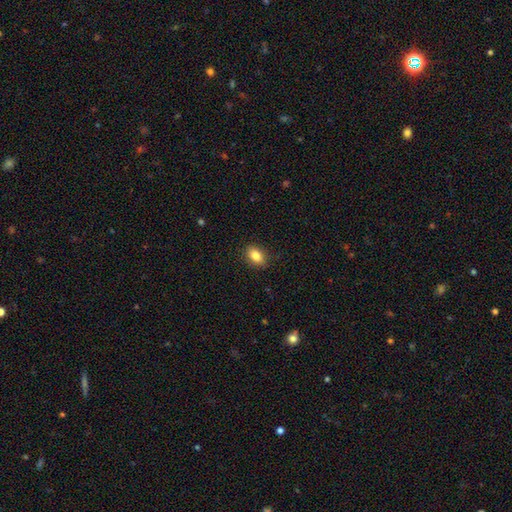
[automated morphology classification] Smooth or featured: smooth — 85% (star or artifact — 9%)
How rounded: in between — 81% (round — 17%)
Merging: none — 87% (minor disturbance — 10%)